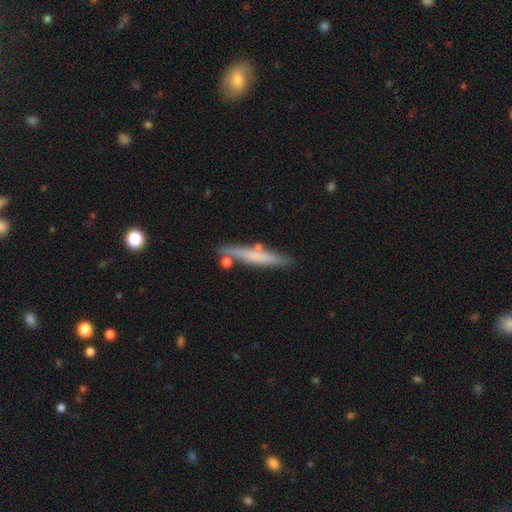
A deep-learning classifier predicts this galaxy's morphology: Smooth or featured? Predicted: smooth (p=0.56). How rounded? Predicted: cigar-shaped (p=0.94). Merging? Predicted: none (p=0.77).